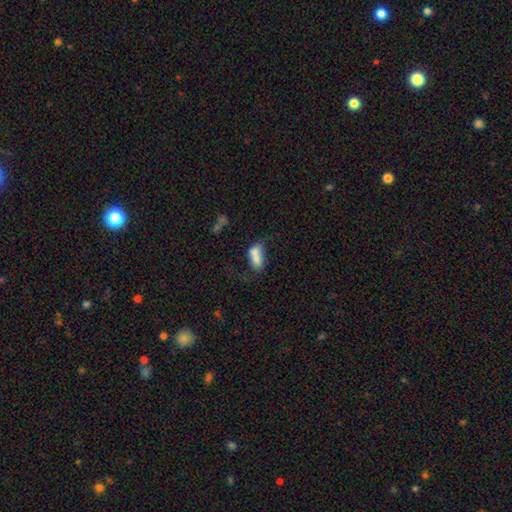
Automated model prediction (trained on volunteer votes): Smooth or featured: smooth — 67% (featured or disk — 23%)
How rounded: in between — 79% (round — 14%)
Merging: merger — 56% (none — 23%)